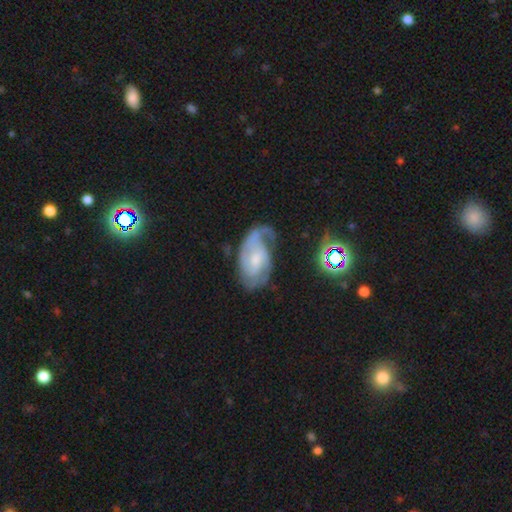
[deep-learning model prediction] Morphology: type=featured or disk (79%); edge-on=no (96%); bar=no (47%); spiral arms=yes (94%); winding=medium (43%); arm count=2 (50%); bulge=small (43%); merging=none (48%).